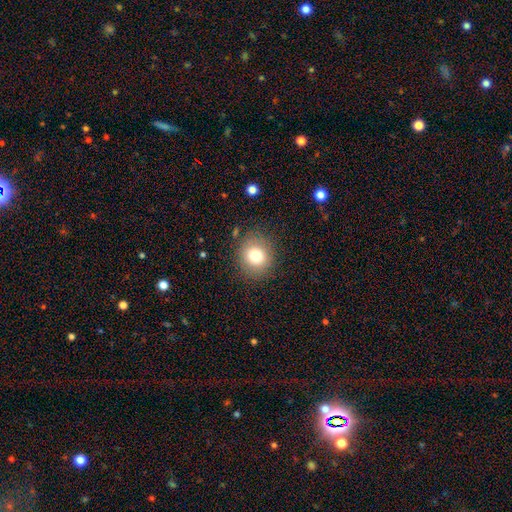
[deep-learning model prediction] Smooth or featured: smooth — 77% (star or artifact — 12%)
How rounded: round — 82% (in between — 17%)
Merging: none — 84% (minor disturbance — 10%)